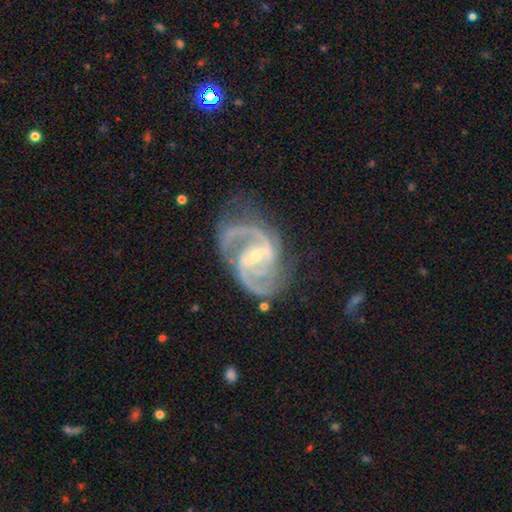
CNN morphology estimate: featured or disk 93%, star or artifact 5%, smooth 3%. Down the decision tree: edge-on disk — no (98%); bar — weak (45%); spiral arms — yes (98%); spiral arm count — 2 (73%); spiral winding — medium (59%); bulge size — small (69%); merging — none (62%).